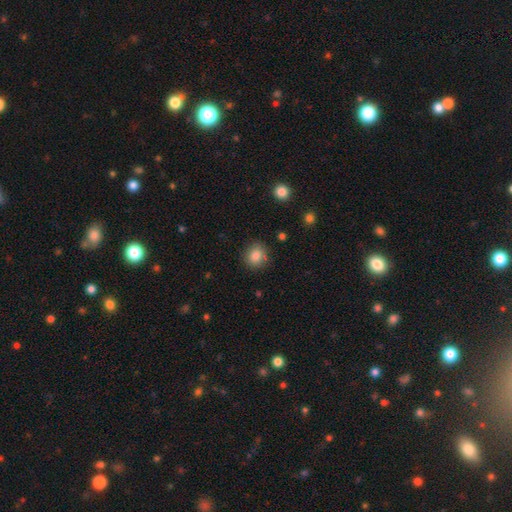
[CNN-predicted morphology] Smooth or featured: smooth — 84% (star or artifact — 10%)
How rounded: round — 82% (in between — 17%)
Merging: none — 83% (minor disturbance — 12%)